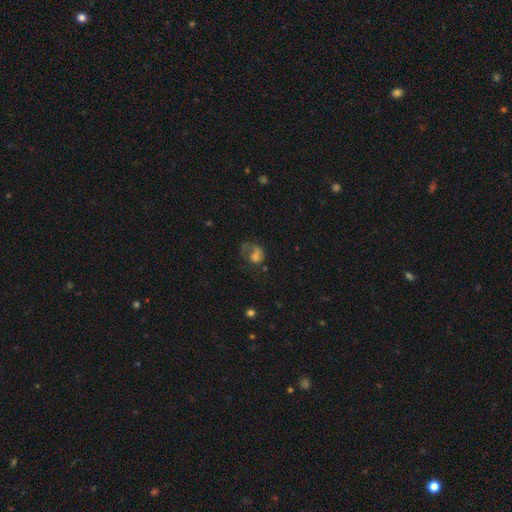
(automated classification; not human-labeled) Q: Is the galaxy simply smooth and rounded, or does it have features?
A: smooth — 46%.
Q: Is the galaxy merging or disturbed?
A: major disturbance — 48%.